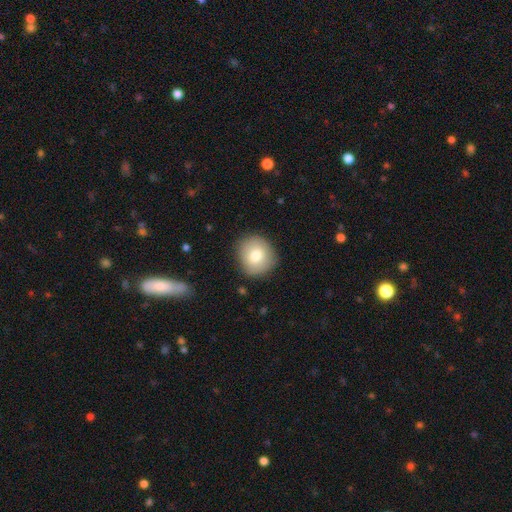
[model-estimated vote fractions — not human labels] Morphology: type=smooth (77%); roundness=round (87%); merging=none (85%).